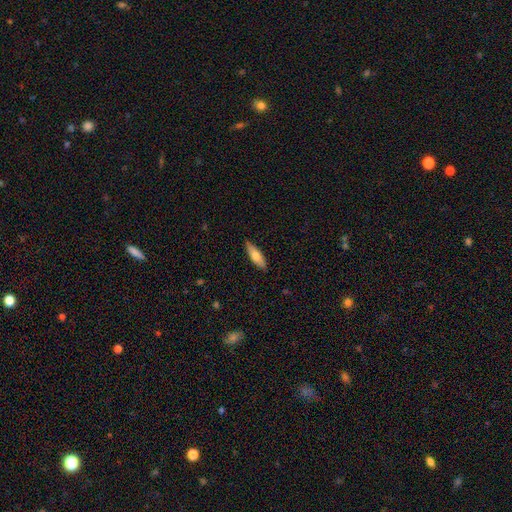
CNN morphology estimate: This is likely a smooth galaxy (69%). How rounded: possibly cigar-shaped (53%). Merging: clearly none (88%).